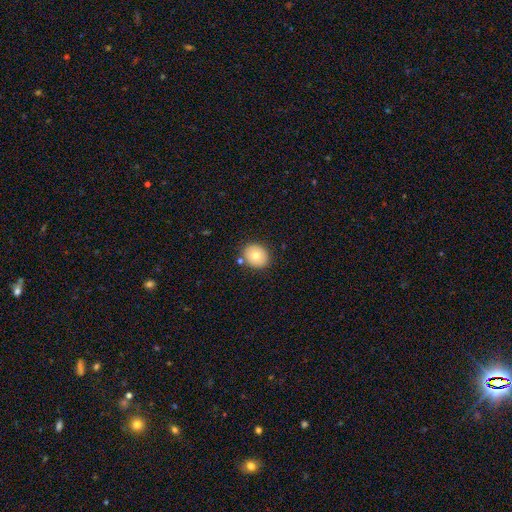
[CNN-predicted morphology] smooth_or_featured: smooth (p=0.77) [alt: featured or disk p=0.14]
how_rounded: round (p=0.70) [alt: in between p=0.29]
merging: none (p=0.83) [alt: minor disturbance p=0.10]